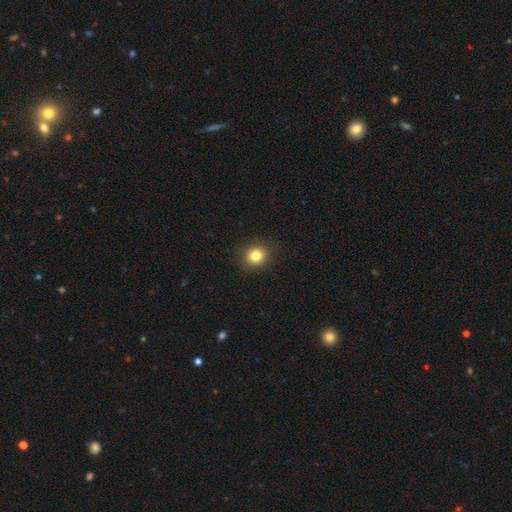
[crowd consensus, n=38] Smooth or featured? 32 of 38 (84%) said smooth. How rounded? 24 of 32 (75%) said round. Merging? 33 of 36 (92%) said none.